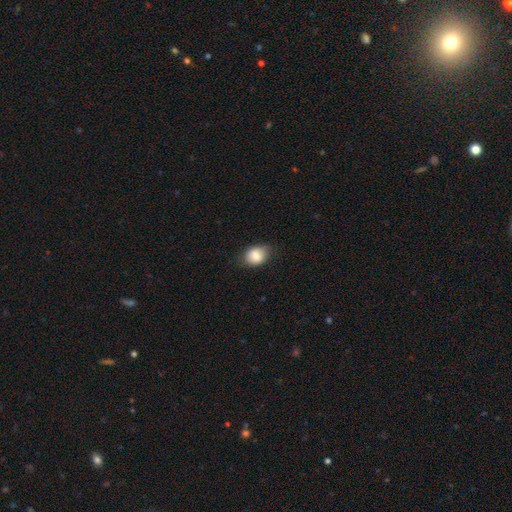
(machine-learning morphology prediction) smooth 82%, featured or disk 10%, star or artifact 8%. Down the decision tree: how rounded — in between (66%); merging — none (74%).